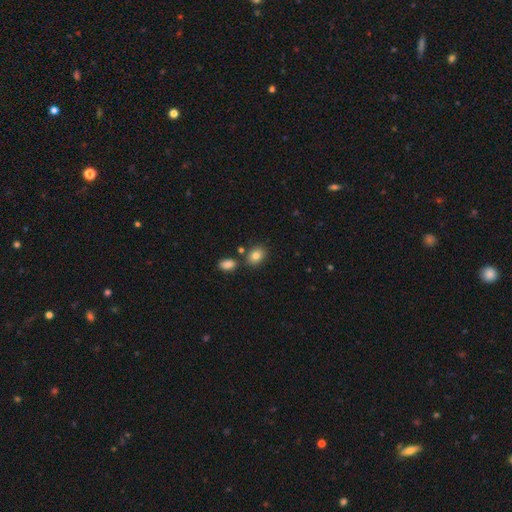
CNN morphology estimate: This is clearly a smooth galaxy (83%). How rounded: likely in between (60%). Merging: likely none (75%).